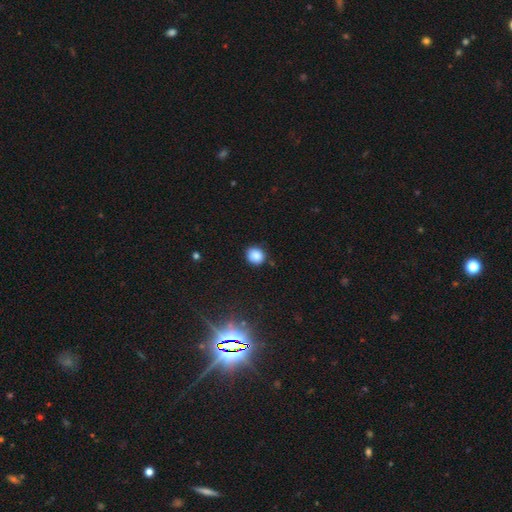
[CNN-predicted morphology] smooth-or-featured: smooth: 85% | star or artifact: 11% | featured or disk: 4%
  how-rounded: round: 83% | in between: 16% | cigar-shaped: 1%
  merging: none: 85% | minor disturbance: 11% | major disturbance: 2% | merger: 2%